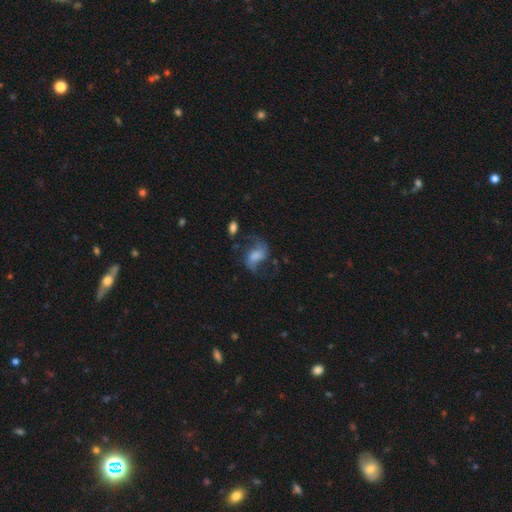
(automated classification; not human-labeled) Overall: featured or disk (68%). Edge-on disk: no (97%). Bar: weak (43%; no 41%). Spiral arms: yes (90%). Spiral arm count: 2 (89%). Spiral winding: loose (68%). Bulge size: moderate (28%; large 23%). Merging: none (52%; major disturbance 23%).